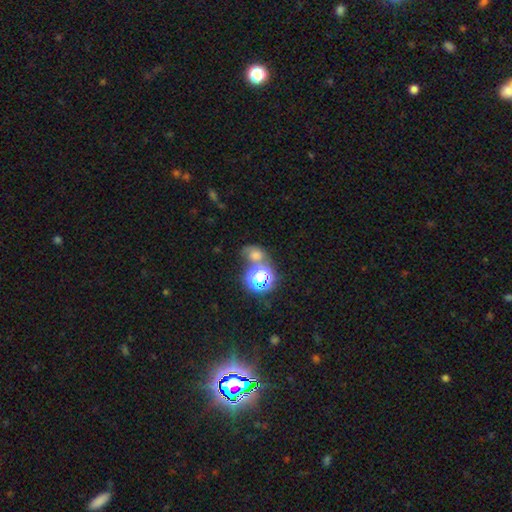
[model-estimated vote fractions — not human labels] Smooth or featured? smooth (57%)
How rounded? round (60%)
Merging? none (45%)